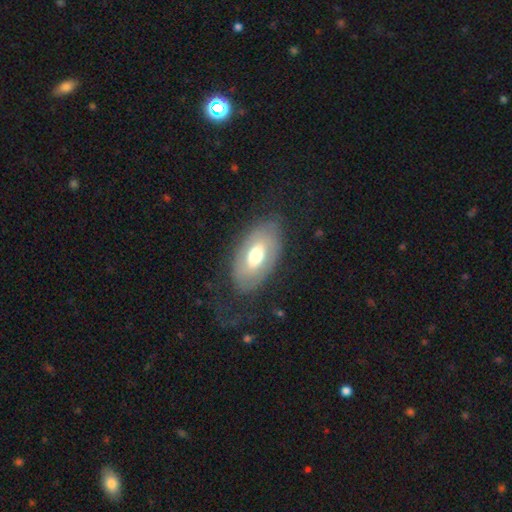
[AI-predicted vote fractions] smooth 49%, featured or disk 44%, star or artifact 7%. Down the decision tree: merging — none (71%).